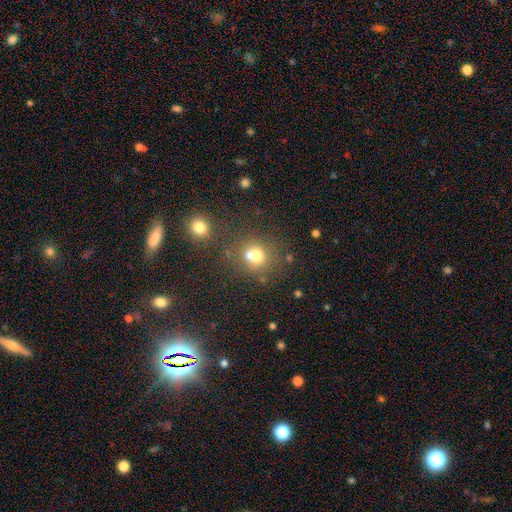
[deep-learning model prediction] The model was most divided on "merging": none: 47%, merger: 37%, minor disturbance: 10%, major disturbance: 5%. More confident: how rounded — round (78%); smooth or featured — smooth (69%).